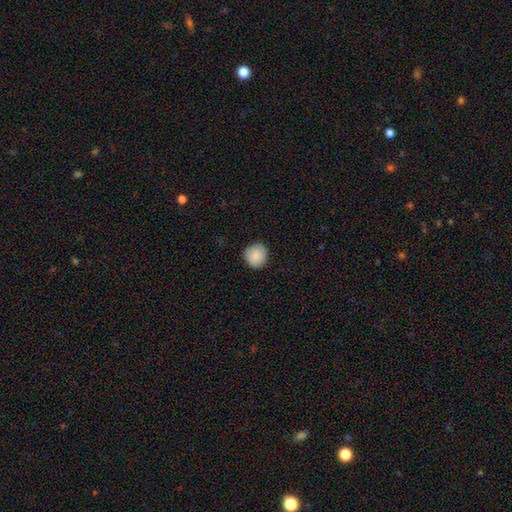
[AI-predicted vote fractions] Smooth or featured?
  - smooth: 85% *
  - featured or disk: 8%
  - star or artifact: 7%
How rounded?
  - round: 91% *
  - in between: 8%
  - cigar-shaped: 1%
Merging?
  - none: 86% *
  - minor disturbance: 11%
  - major disturbance: 2%
  - merger: 1%